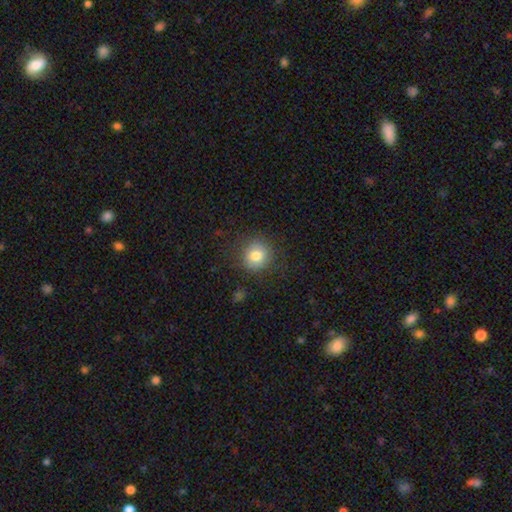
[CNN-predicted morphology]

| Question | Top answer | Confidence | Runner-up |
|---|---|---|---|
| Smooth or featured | smooth | 78% | star or artifact (11%) |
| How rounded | round | 89% | in between (10%) |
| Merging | none | 85% | minor disturbance (10%) |